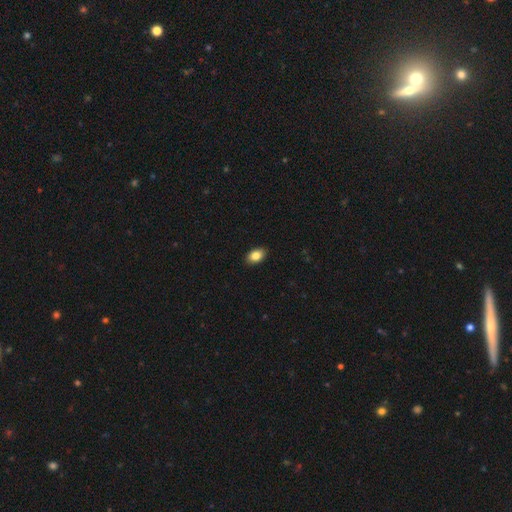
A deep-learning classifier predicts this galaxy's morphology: The model was most divided on "smooth or featured": smooth: 85%, star or artifact: 8%, featured or disk: 8%. More confident: merging — none (90%); how rounded — in between (89%).